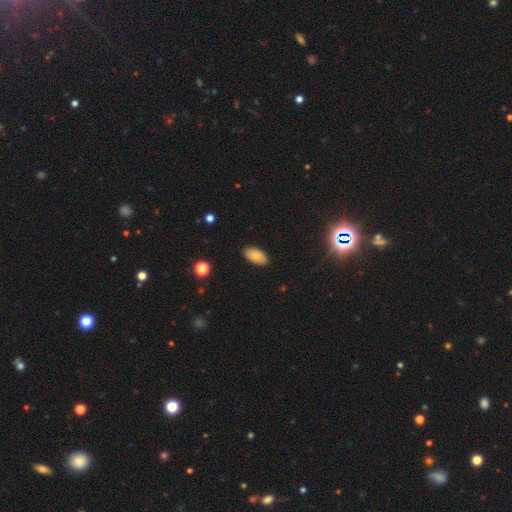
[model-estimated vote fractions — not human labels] The model was most divided on "smooth or featured": smooth: 82%, featured or disk: 10%, star or artifact: 8%. More confident: how rounded — in between (95%); merging — none (85%).